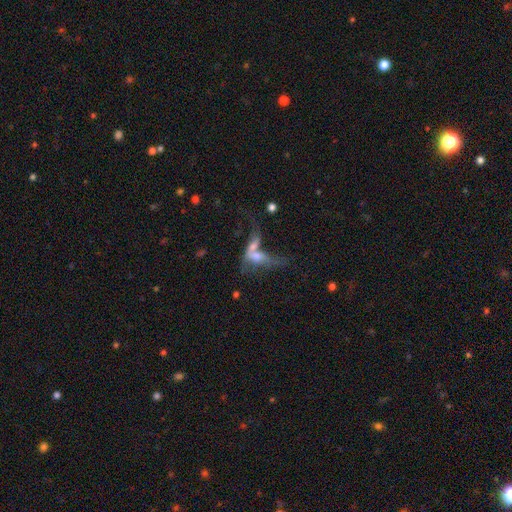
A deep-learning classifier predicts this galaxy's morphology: Smooth or featured? Predicted: featured or disk (p=0.50). Merging? Predicted: merger (p=0.63).